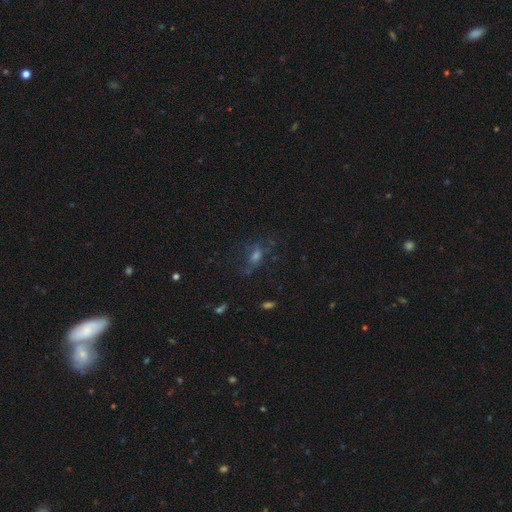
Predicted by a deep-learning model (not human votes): A featured or disk galaxy (38%). Merging: none (54%).